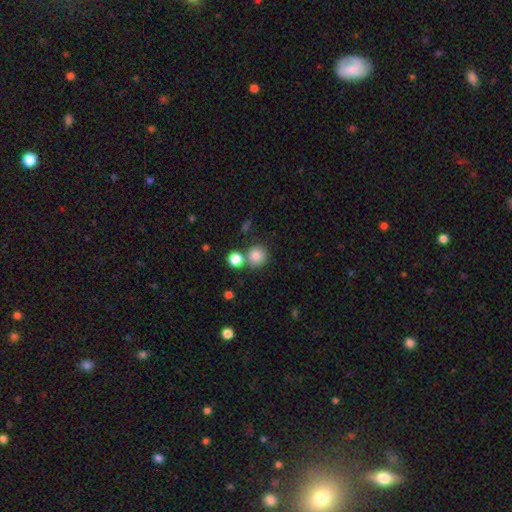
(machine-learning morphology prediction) smooth-or-featured: smooth: 83% | star or artifact: 11% | featured or disk: 6%
  how-rounded: round: 91% | in between: 8% | cigar-shaped: 1%
  merging: none: 69% | merger: 20% | minor disturbance: 8% | major disturbance: 3%